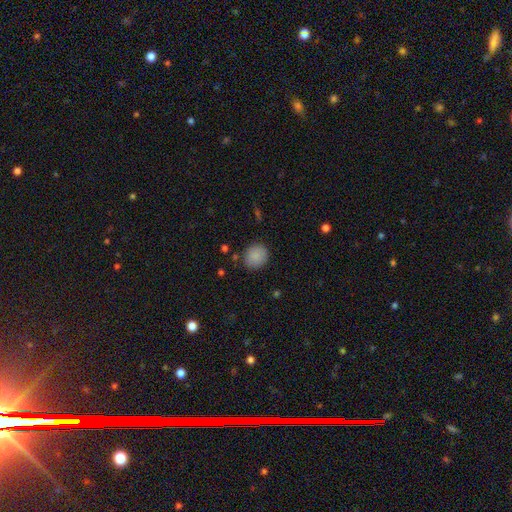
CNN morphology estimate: A smooth galaxy with no disk features (86%) that is round (81%).

Vote fractions:
- Smooth or featured? smooth: 86% / star or artifact: 8% / featured or disk: 5%
- How rounded? round: 81% / in between: 18% / cigar-shaped: 1%
- Merging? none: 84% / minor disturbance: 11% / major disturbance: 3% / merger: 2%